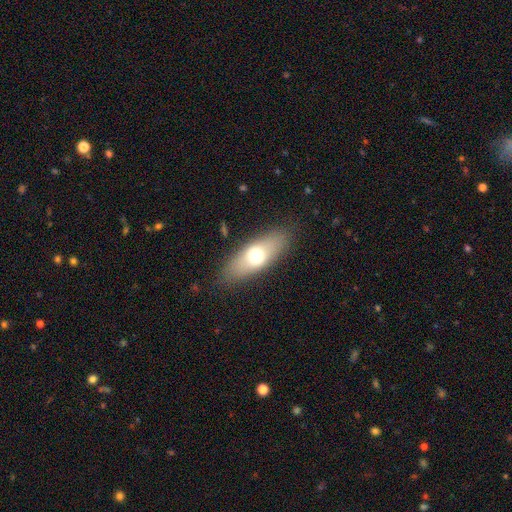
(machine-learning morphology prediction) Smooth or featured?
  - smooth: 65% *
  - featured or disk: 27%
  - star or artifact: 8%
How rounded?
  - in between: 71% *
  - cigar-shaped: 25%
  - round: 4%
Merging?
  - none: 85% *
  - minor disturbance: 10%
  - major disturbance: 4%
  - merger: 1%